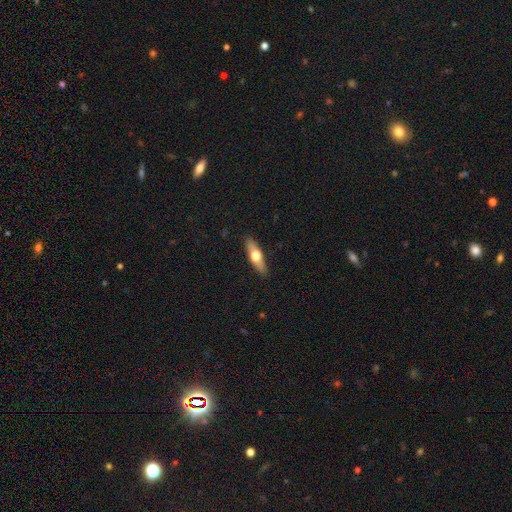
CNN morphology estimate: smooth_or_featured: featured or disk (p=0.49) [alt: smooth p=0.46]
merging: none (p=0.89) [alt: minor disturbance p=0.08]